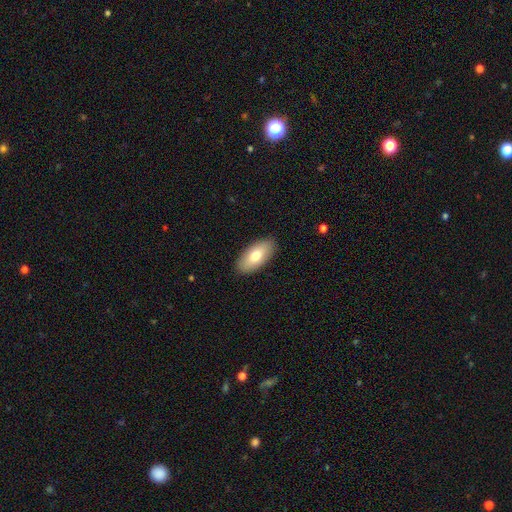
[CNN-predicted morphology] A smooth galaxy with no disk features (75%) that is in between round and cigar-shaped (92%).

Vote fractions:
- Smooth or featured? smooth: 75% / featured or disk: 19% / star or artifact: 6%
- How rounded? in between: 92% / cigar-shaped: 6% / round: 2%
- Merging? none: 89% / minor disturbance: 8% / major disturbance: 2% / merger: 1%